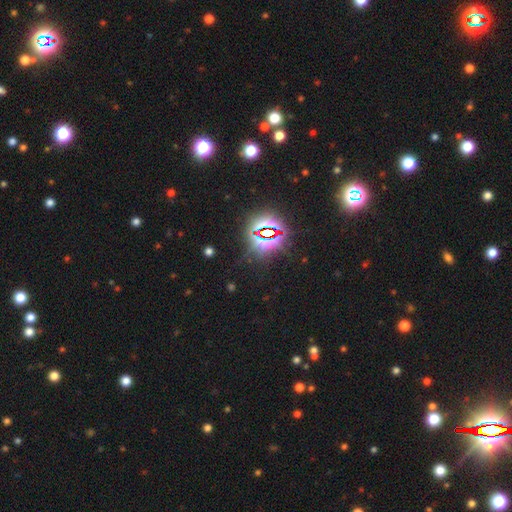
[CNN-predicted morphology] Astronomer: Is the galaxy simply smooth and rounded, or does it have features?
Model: star or artifact — 83%.